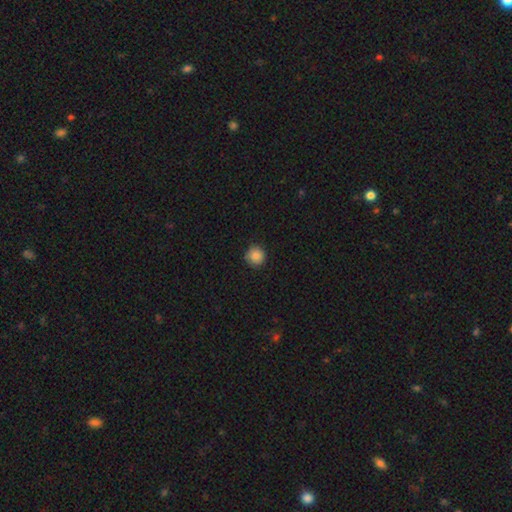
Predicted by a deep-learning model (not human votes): A smooth galaxy with no disk features (84%) that is round (94%).

Vote fractions:
- Smooth or featured? smooth: 84% / star or artifact: 10% / featured or disk: 6%
- How rounded? round: 94% / in between: 5% / cigar-shaped: 1%
- Merging? none: 89% / minor disturbance: 9% / major disturbance: 2% / merger: 1%